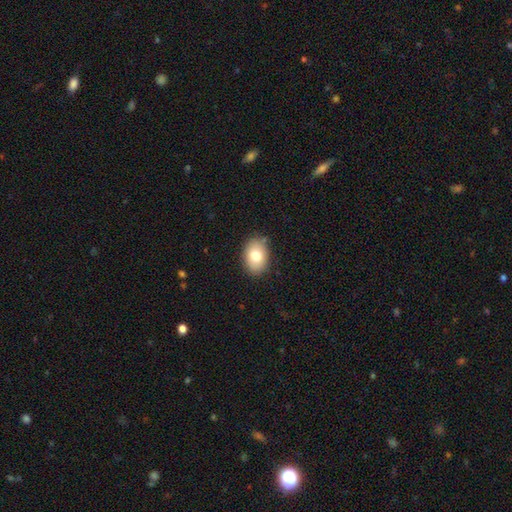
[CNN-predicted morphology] smooth 78%, featured or disk 14%, star or artifact 8%. Down the decision tree: how rounded — in between (79%); merging — none (85%).